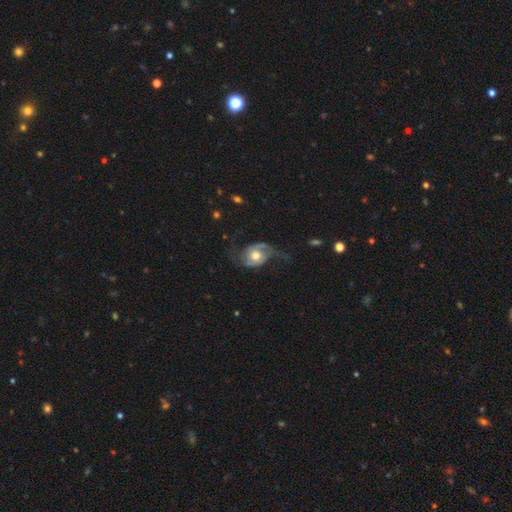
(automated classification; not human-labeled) This is likely a featured or disk galaxy (79%). It is clearly not viewed edge-on (97%). Bar: likely no (70%). Spiral arm pattern: clearly yes (92%). Spiral arm count: clearly 2 (87%). Spiral winding: possibly loose (54%). Central bulge: likely moderate (68%). Merging: possibly none (50%).